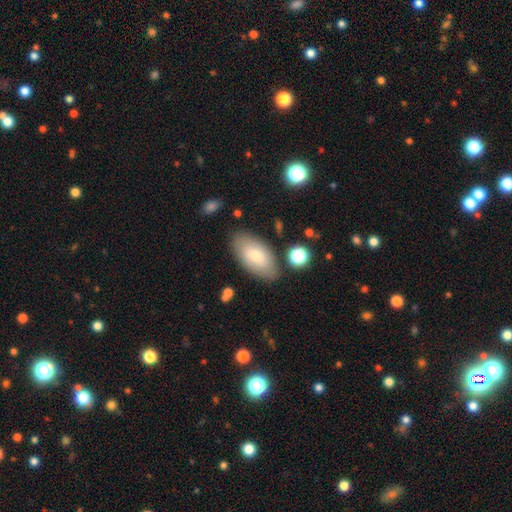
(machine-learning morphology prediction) Overall: smooth (74%). How rounded: in between (94%). Merging: none (77%).